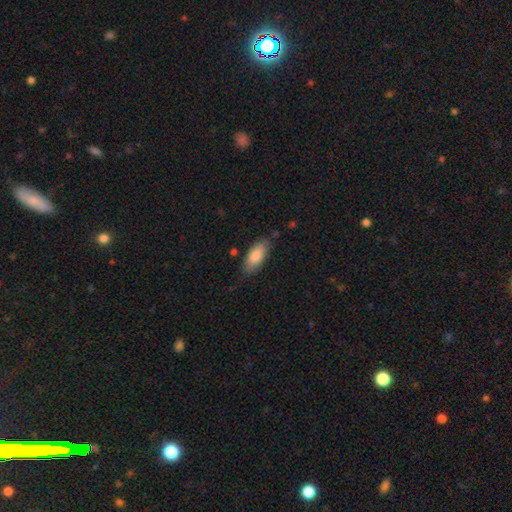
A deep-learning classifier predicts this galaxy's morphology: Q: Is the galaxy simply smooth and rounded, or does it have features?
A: smooth — 83%.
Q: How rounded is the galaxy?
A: in between — 86%.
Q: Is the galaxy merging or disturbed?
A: none — 73%.